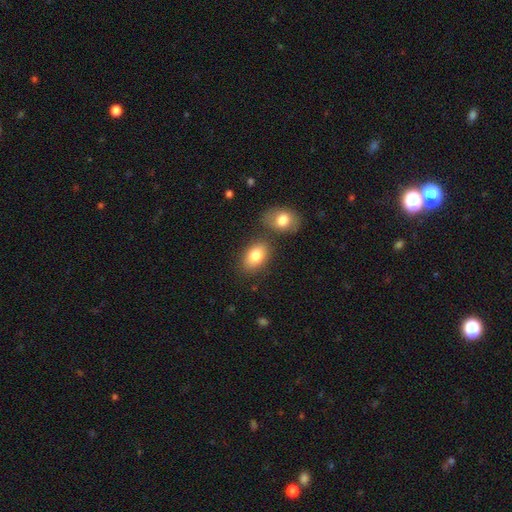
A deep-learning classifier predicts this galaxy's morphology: smooth-or-featured: smooth: 82% | featured or disk: 11% | star or artifact: 7%
  how-rounded: in between: 86% | round: 13% | cigar-shaped: 1%
  merging: none: 69% | merger: 16% | minor disturbance: 12% | major disturbance: 3%